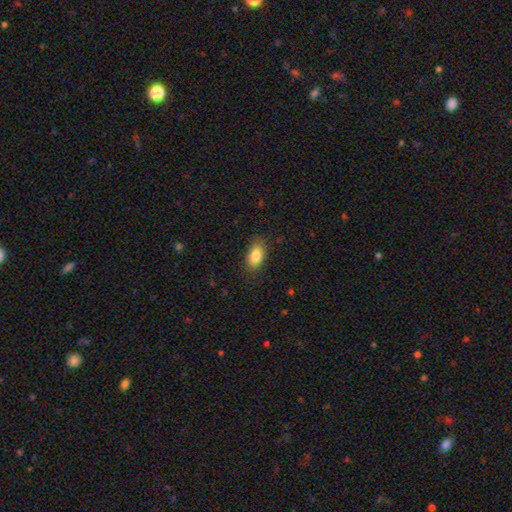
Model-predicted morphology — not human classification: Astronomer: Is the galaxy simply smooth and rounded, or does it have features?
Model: smooth — 85%.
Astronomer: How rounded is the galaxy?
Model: in between — 90%.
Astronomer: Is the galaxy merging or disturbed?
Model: none — 81%.